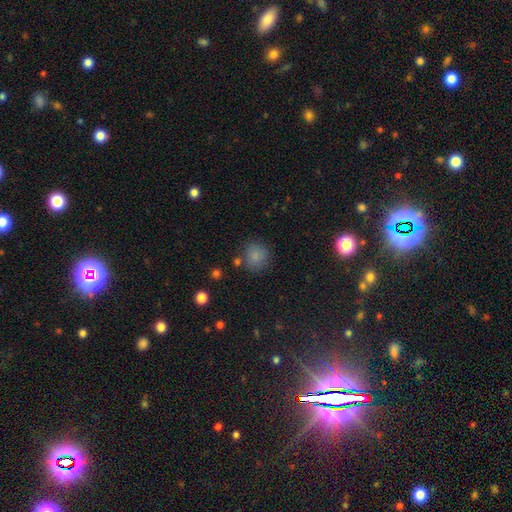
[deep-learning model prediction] Smooth or featured: smooth — 82% (star or artifact — 12%)
How rounded: round — 86% (in between — 13%)
Merging: none — 76% (minor disturbance — 13%)